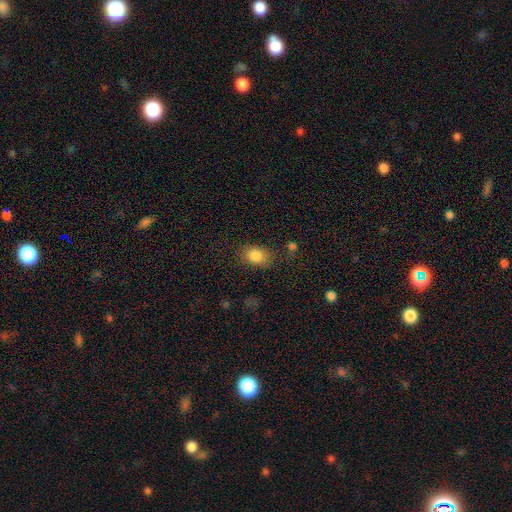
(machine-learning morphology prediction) smooth-or-featured: smooth: 84% | star or artifact: 9% | featured or disk: 8%
  how-rounded: in between: 72% | round: 26% | cigar-shaped: 1%
  merging: none: 76% | minor disturbance: 16% | major disturbance: 5% | merger: 3%